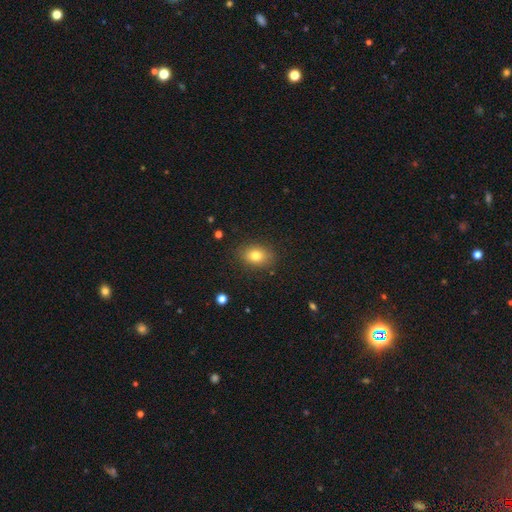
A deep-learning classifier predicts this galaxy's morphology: A smooth galaxy with no disk features (79%) that is in between round and cigar-shaped (71%). Merging: none (86%).